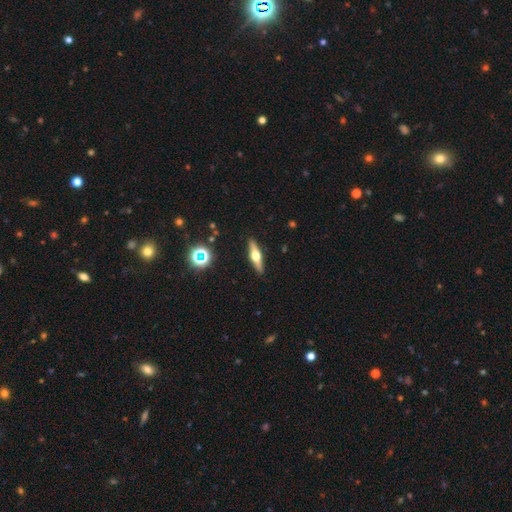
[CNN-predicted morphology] Smooth or featured? Predicted: featured or disk (p=0.65). Edge-on disk? Predicted: yes (p=0.95). Edge-on bulge? Predicted: rounded (p=0.95). Merging? Predicted: none (p=0.91).